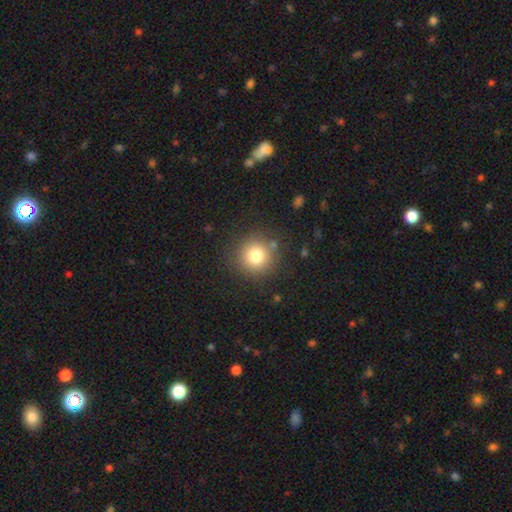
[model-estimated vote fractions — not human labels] Smooth or featured? smooth (78%)
How rounded? round (94%)
Merging? none (86%)